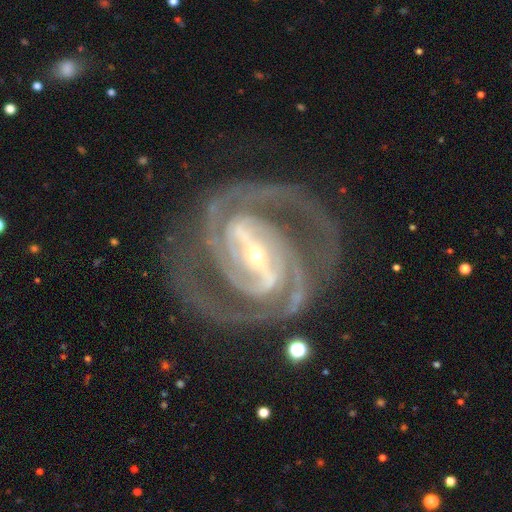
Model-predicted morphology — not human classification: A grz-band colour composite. It shows a featured or disk galaxy (93%) with a strong bar (74%), 2 (67%) tight (56%) spiral arms (98%) and a small central bulge (82%). Merging: none (75%).